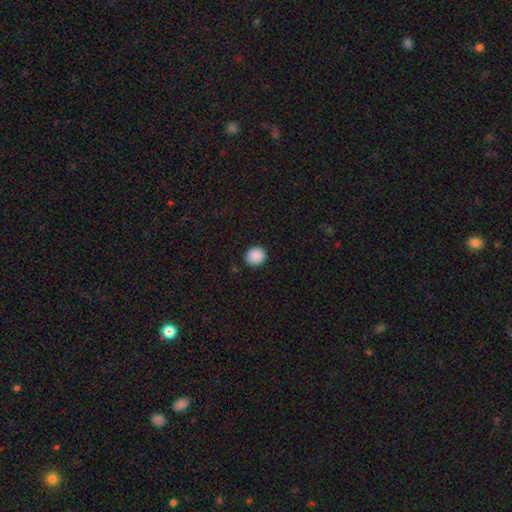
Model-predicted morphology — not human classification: Overall: smooth (89%). How rounded: round (88%). Merging: none (90%).